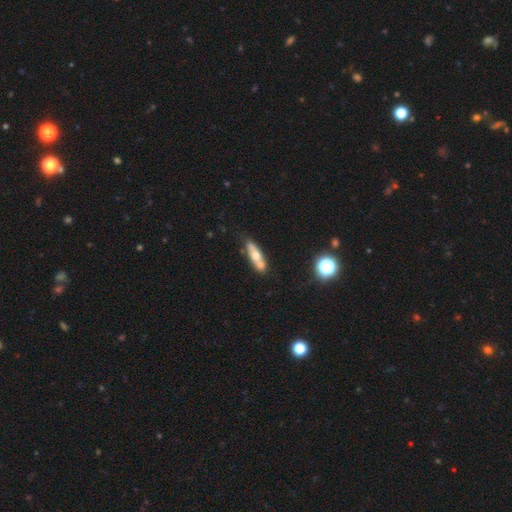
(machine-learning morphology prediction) Smooth or featured: smooth — 48% (featured or disk — 44%)
Merging: none — 57% (merger — 24%)